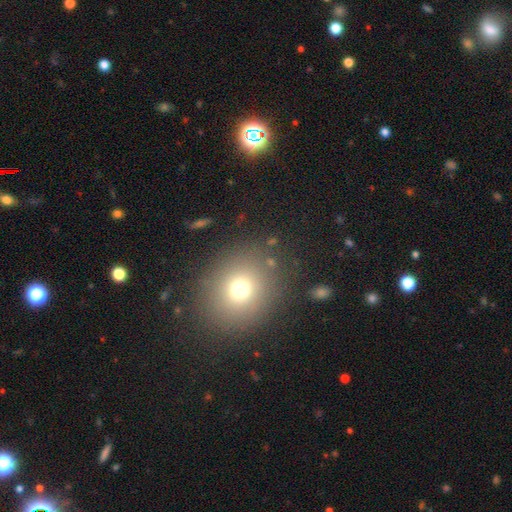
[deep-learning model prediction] This is likely a smooth galaxy (65%). How rounded: clearly round (80%). Merging: clearly none (89%).